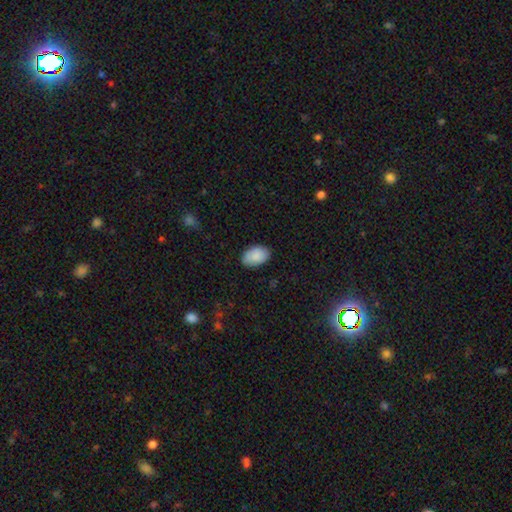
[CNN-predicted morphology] Smooth or featured: smooth — 87% (featured or disk — 7%)
How rounded: in between — 91% (round — 8%)
Merging: none — 85% (minor disturbance — 12%)